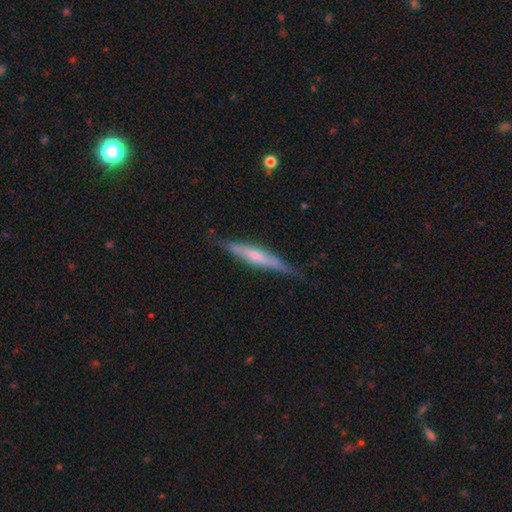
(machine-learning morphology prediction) The model was most divided on "edge-on bulge": rounded: 49%, none: 37%, boxy: 14%. More confident: edge-on disk — yes (93%); merging — none (80%); smooth or featured — featured or disk (56%).